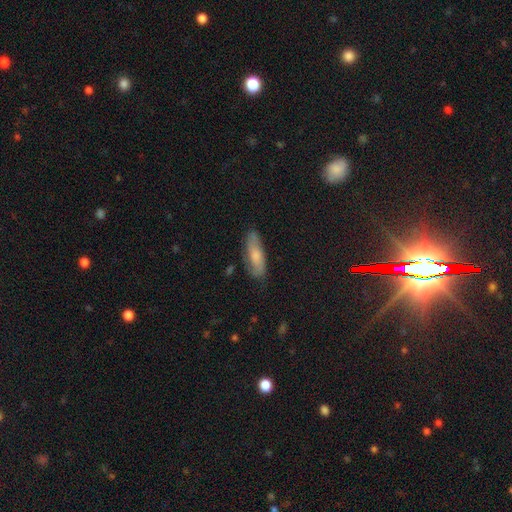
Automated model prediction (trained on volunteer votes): This is possibly a smooth galaxy (57%). How rounded: possibly in between (59%). Merging: likely none (73%).